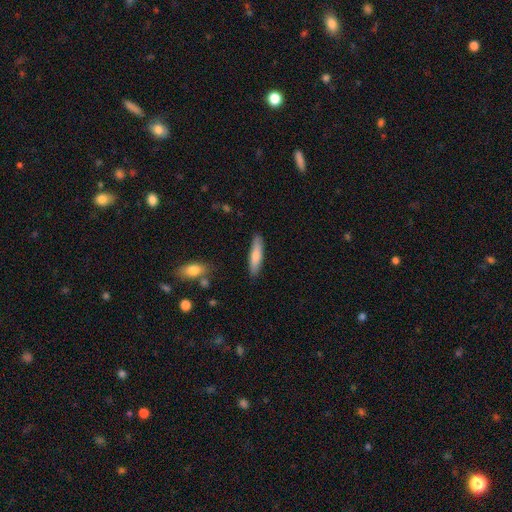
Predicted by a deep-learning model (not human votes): Smooth or featured?
  - smooth: 75% *
  - featured or disk: 19%
  - star or artifact: 6%
How rounded?
  - cigar-shaped: 76% *
  - in between: 22%
  - round: 1%
Merging?
  - none: 86% *
  - minor disturbance: 10%
  - major disturbance: 2%
  - merger: 2%